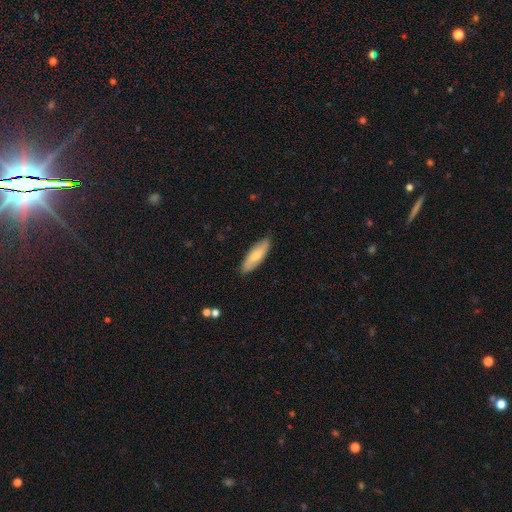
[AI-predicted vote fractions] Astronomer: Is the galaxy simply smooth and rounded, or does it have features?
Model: smooth — 67%.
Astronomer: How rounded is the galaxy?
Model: in between — 50% (runner-up: cigar-shaped, 48%).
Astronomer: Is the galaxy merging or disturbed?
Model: none — 86%.